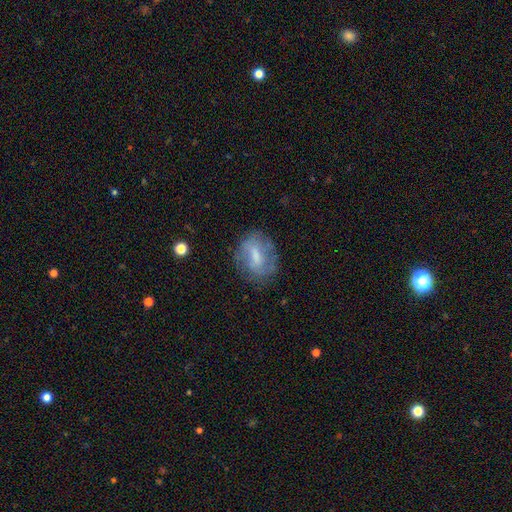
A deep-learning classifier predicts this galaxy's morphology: smooth_or_featured: featured or disk (p=0.49) [alt: smooth p=0.42]
merging: none (p=0.66) [alt: minor disturbance p=0.21]